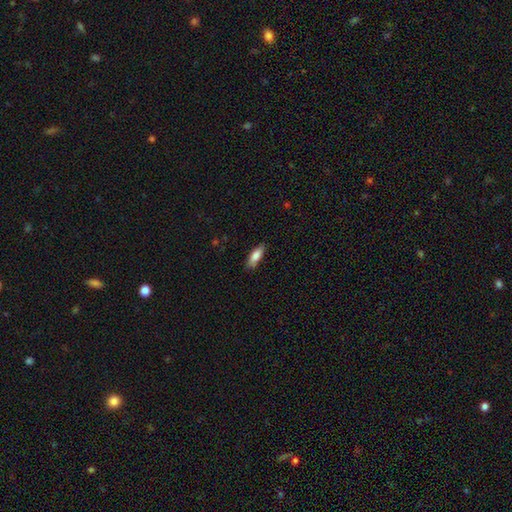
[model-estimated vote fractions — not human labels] The model was most divided on "how rounded": in between: 61%, cigar-shaped: 37%, round: 2%. More confident: merging — none (84%); smooth or featured — smooth (81%).